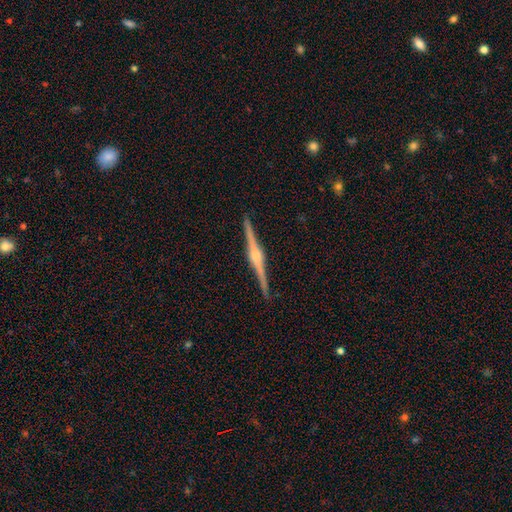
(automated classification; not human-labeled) A featured or disk galaxy (88%) viewed edge-on (99%) with a rounded central bulge (77%). Merging: none (92%).